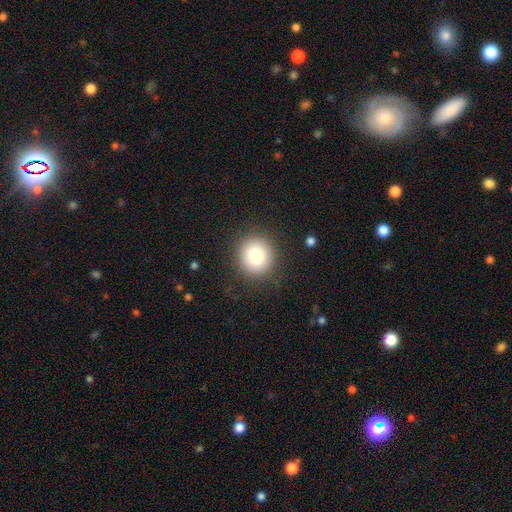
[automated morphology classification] A smooth galaxy with no disk features (80%) that is round (91%).

Vote fractions:
- Smooth or featured? smooth: 80% / star or artifact: 11% / featured or disk: 9%
- How rounded? round: 91% / in between: 8% / cigar-shaped: 1%
- Merging? none: 88% / minor disturbance: 7% / major disturbance: 3% / merger: 1%